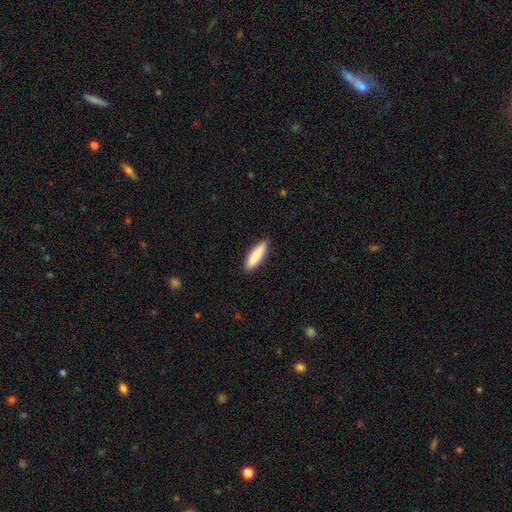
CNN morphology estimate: Smooth or featured? Predicted: smooth (p=0.87). How rounded? Predicted: cigar-shaped (p=0.66). Merging? Predicted: none (p=0.88).